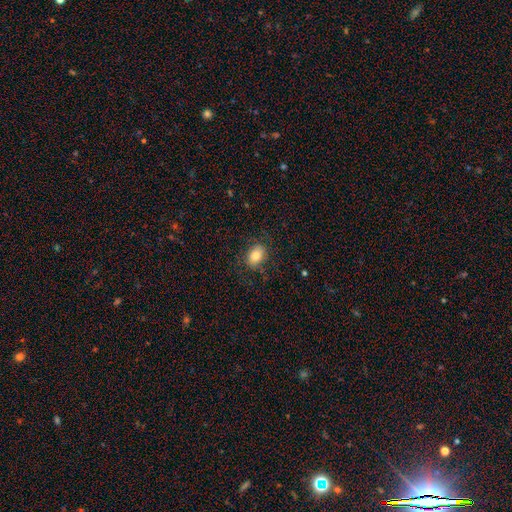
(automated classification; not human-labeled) smooth 79%, featured or disk 12%, star or artifact 9%. Down the decision tree: how rounded — in between (72%); merging — none (78%).